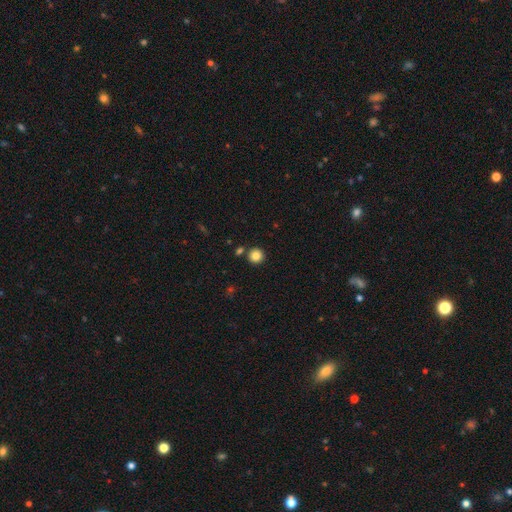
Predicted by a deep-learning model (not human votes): Smooth or featured? Predicted: smooth (p=0.84). How rounded? Predicted: round (p=0.95). Merging? Predicted: none (p=0.84).